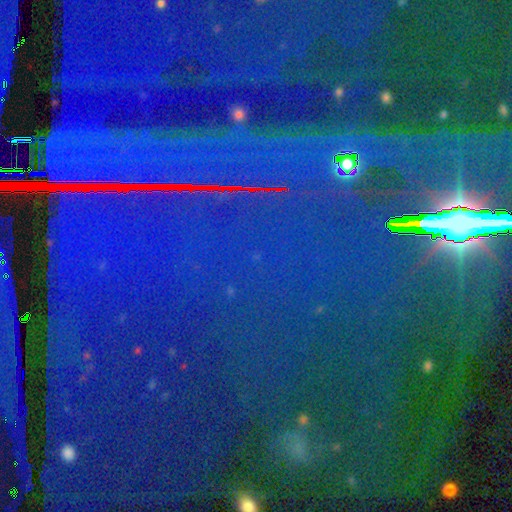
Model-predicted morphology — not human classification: star or artifact 86%, smooth 8%, featured or disk 6%.